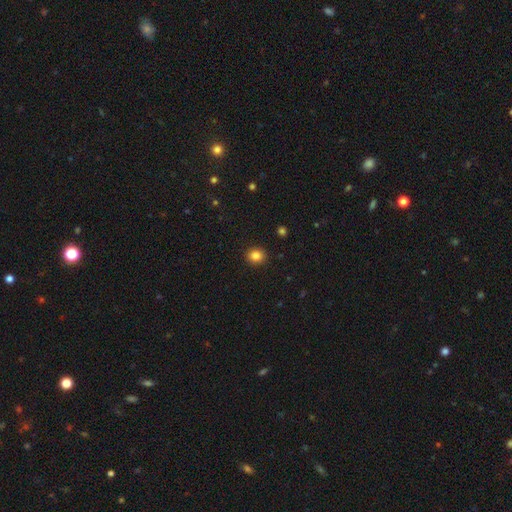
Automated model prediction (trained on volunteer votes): smooth_or_featured: smooth (p=0.85) [alt: star or artifact p=0.11]
how_rounded: round (p=0.77) [alt: in between p=0.22]
merging: none (p=0.91) [alt: minor disturbance p=0.06]